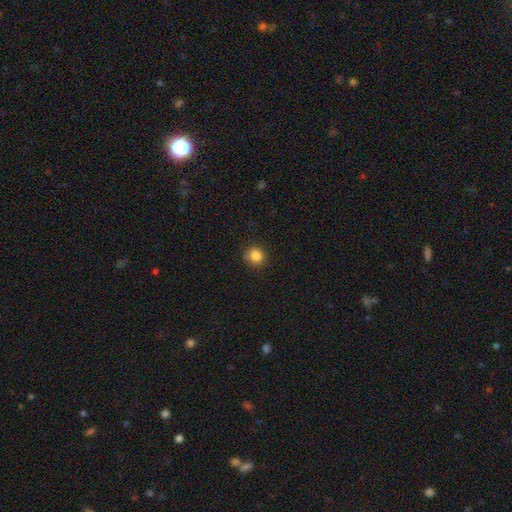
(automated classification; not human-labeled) Q: Smooth or featured?
A: smooth (85%); runner-up: star or artifact (11%)
Q: How rounded?
A: round (88%); runner-up: in between (11%)
Q: Merging?
A: none (80%); runner-up: minor disturbance (14%)